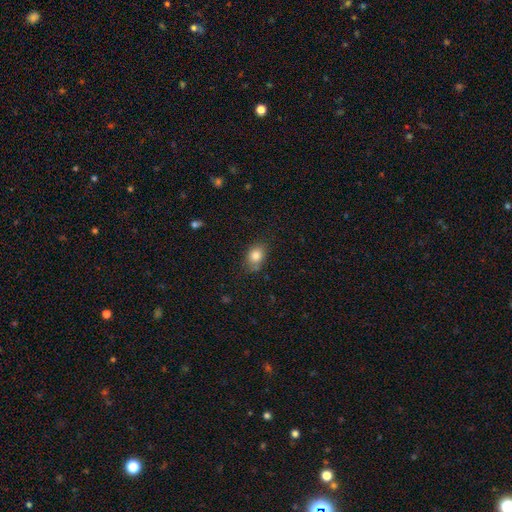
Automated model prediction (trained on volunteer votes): A smooth galaxy with no disk features (83%) that is in between round and cigar-shaped (63%). Merging: none (72%).